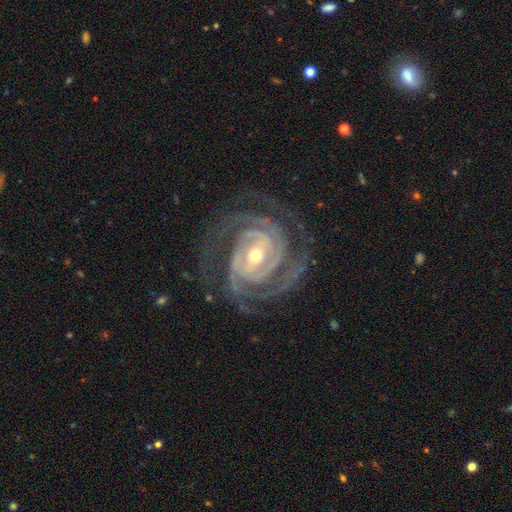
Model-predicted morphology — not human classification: featured or disk 93%, star or artifact 4%, smooth 3%. Down the decision tree: edge-on disk — no (98%); bar — strong (36%); spiral arms — yes (99%); spiral arm count — 3 (33%); spiral winding — tight (70%); bulge size — small (54%); merging — none (74%).